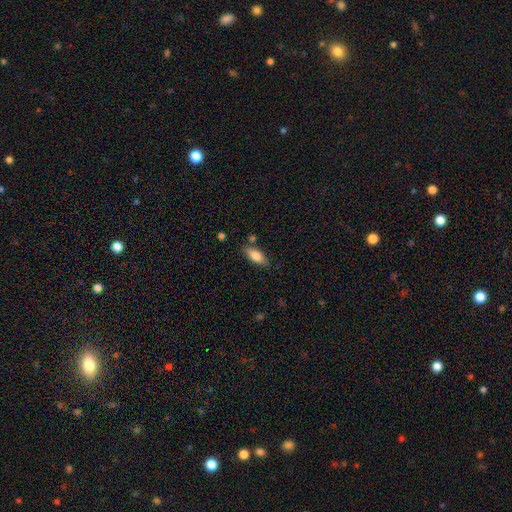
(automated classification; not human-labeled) Smooth or featured?
  - smooth: 78% *
  - featured or disk: 15%
  - star or artifact: 7%
How rounded?
  - in between: 78% *
  - cigar-shaped: 20%
  - round: 2%
Merging?
  - none: 76% *
  - minor disturbance: 16%
  - merger: 5%
  - major disturbance: 4%